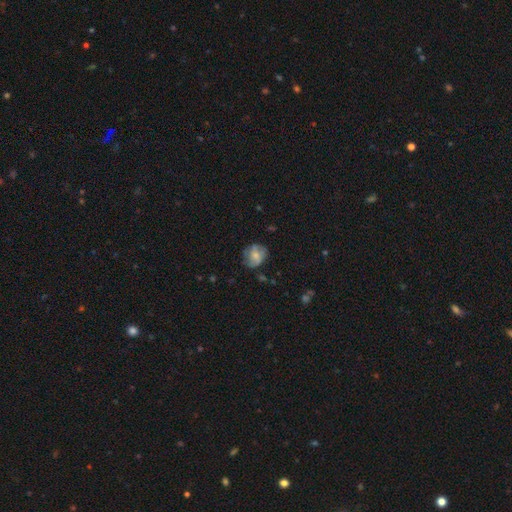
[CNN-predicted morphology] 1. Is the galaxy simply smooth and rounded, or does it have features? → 47% featured or disk, 44% smooth, 8% star or artifact.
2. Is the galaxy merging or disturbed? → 63% none, 24% minor disturbance, 11% major disturbance, 2% merger.